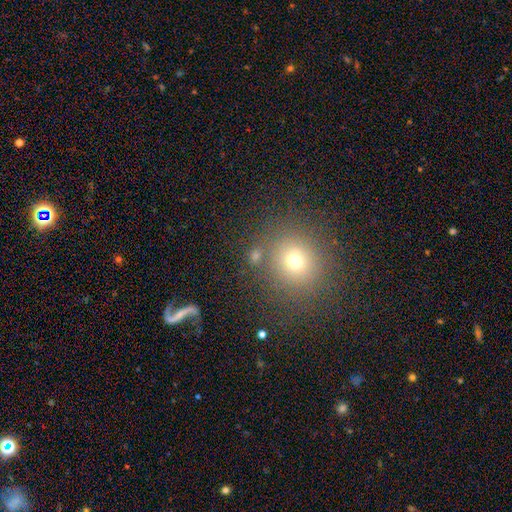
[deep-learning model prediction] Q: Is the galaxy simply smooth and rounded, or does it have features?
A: smooth — 63%.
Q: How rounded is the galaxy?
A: round — 85%.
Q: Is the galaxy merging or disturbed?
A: none — 77%.